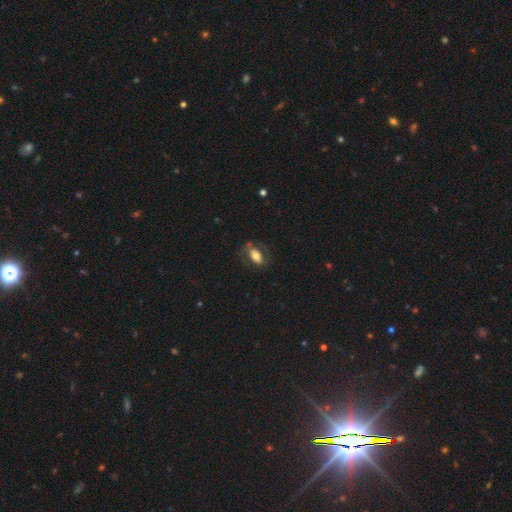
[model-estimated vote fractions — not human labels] A smooth galaxy with no disk features (62%) that is in between round and cigar-shaped (89%). Merging: none (65%).